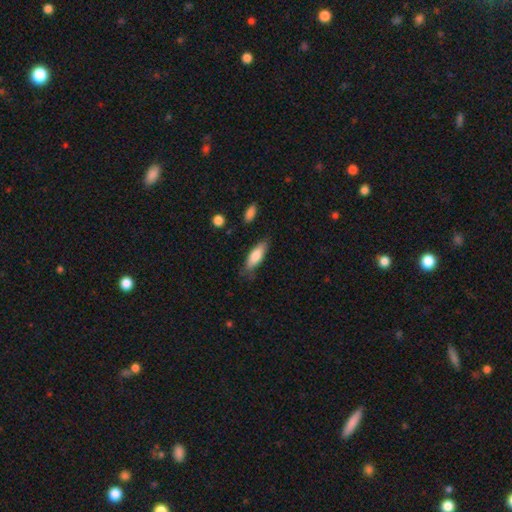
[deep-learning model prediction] Smooth or featured?
  - smooth: 77% *
  - featured or disk: 17%
  - star or artifact: 6%
How rounded?
  - in between: 55% *
  - cigar-shaped: 43%
  - round: 2%
Merging?
  - none: 76% *
  - minor disturbance: 18%
  - major disturbance: 4%
  - merger: 2%